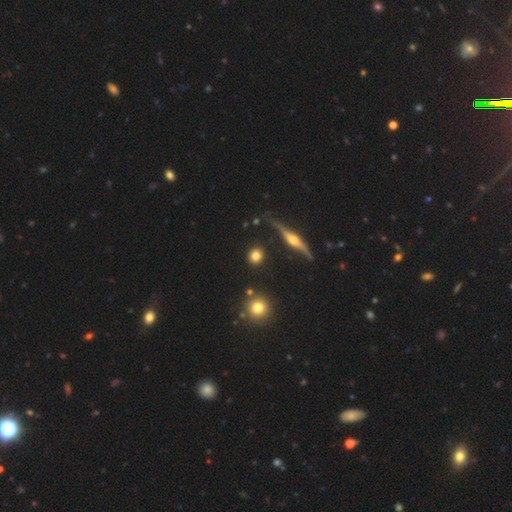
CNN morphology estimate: Overall: smooth (79%). How rounded: round (88%). Merging: none (87%).